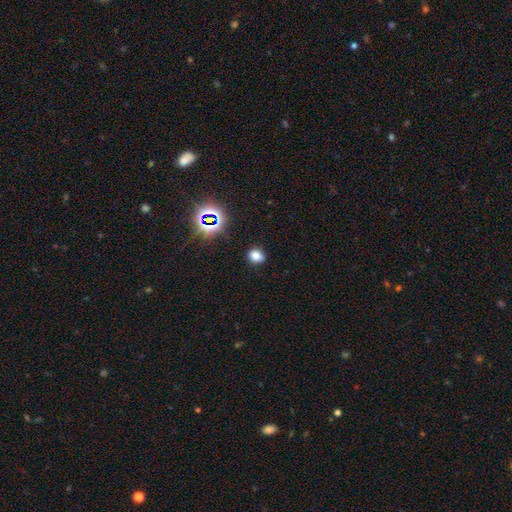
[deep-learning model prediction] A smooth galaxy with no disk features (75%) that is round (53%). Merging: none (83%).